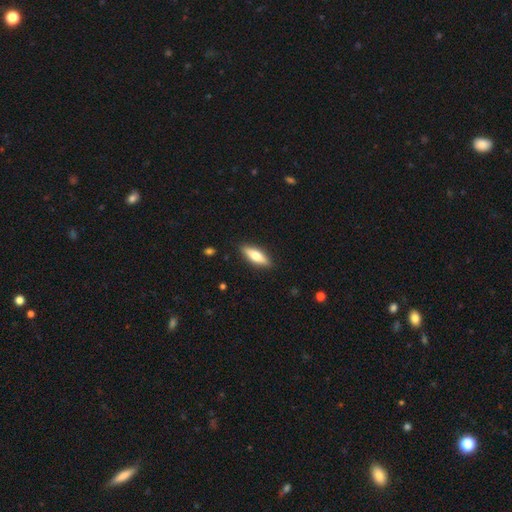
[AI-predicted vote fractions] This appears to be a smooth galaxy with no disk features (63%) that is in between round and cigar-shaped (56%). Merging: none (88%).